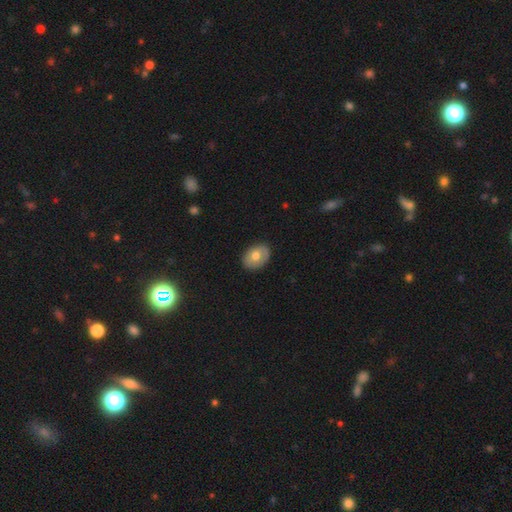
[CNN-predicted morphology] Smooth or featured: smooth — 66% (featured or disk — 27%)
How rounded: in between — 69% (round — 30%)
Merging: none — 87% (minor disturbance — 10%)